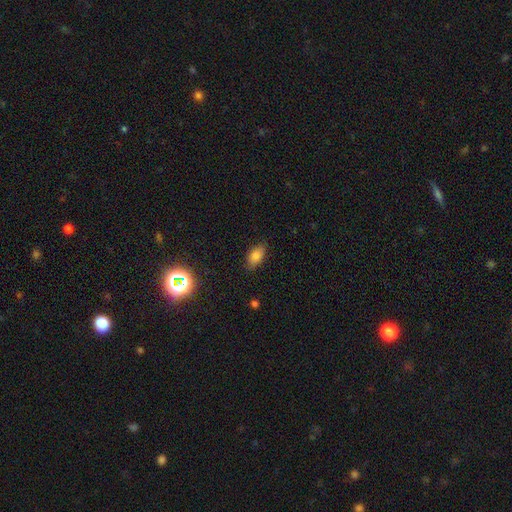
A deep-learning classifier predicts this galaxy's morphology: smooth 80%, star or artifact 11%, featured or disk 9%. Down the decision tree: how rounded — in between (89%); merging — none (83%).